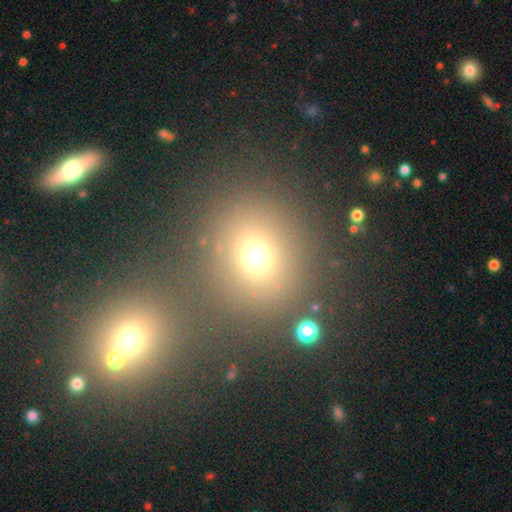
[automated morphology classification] A smooth galaxy with no disk features (66%) that is round (81%). Merging: none (68%).